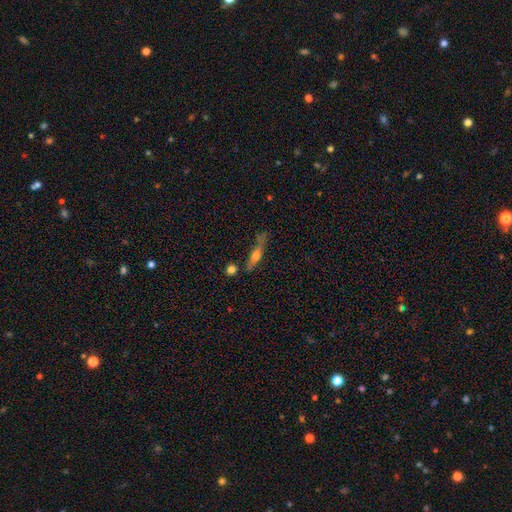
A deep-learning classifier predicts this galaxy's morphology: This is possibly a smooth galaxy (48%). Merging: possibly none (60%).